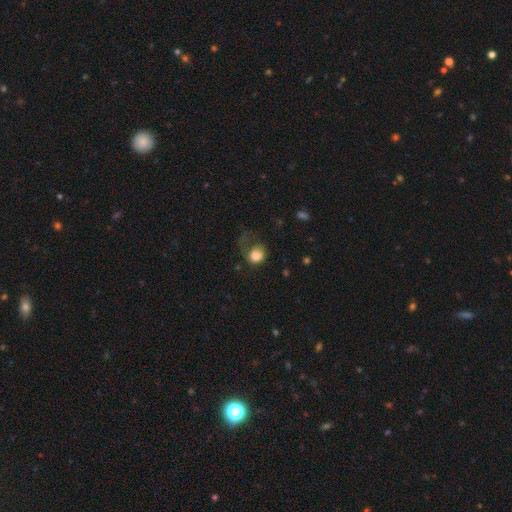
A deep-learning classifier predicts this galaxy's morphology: This appears to be a smooth galaxy with no disk features (79%) that is round (68%). Merging: major disturbance (50%).